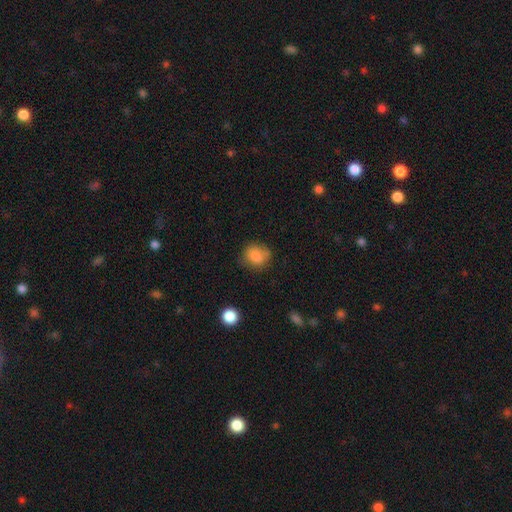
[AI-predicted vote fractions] This appears to be a smooth galaxy with no disk features (80%) that is round (67%). Merging: none (62%).